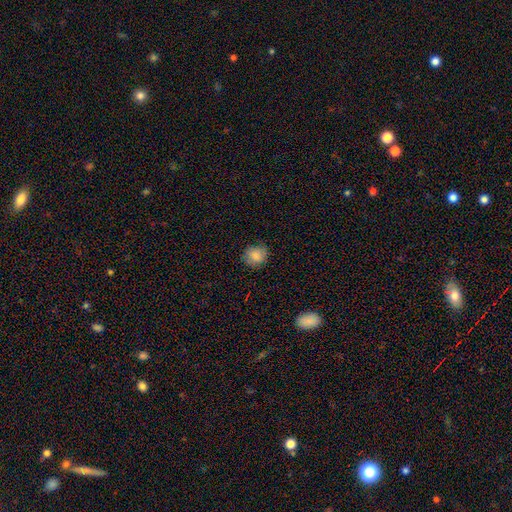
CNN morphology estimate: This appears to be a smooth galaxy with no disk features (82%) that is round (78%). Merging: none (79%).